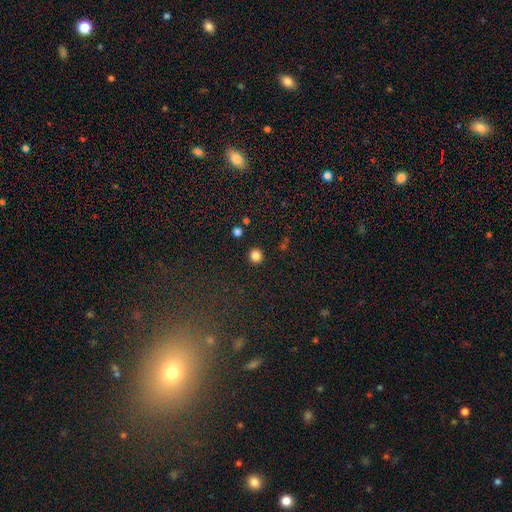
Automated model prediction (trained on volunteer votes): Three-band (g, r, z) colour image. It shows a smooth galaxy with no disk features (83%) that is round (93%). Merging: none (92%).